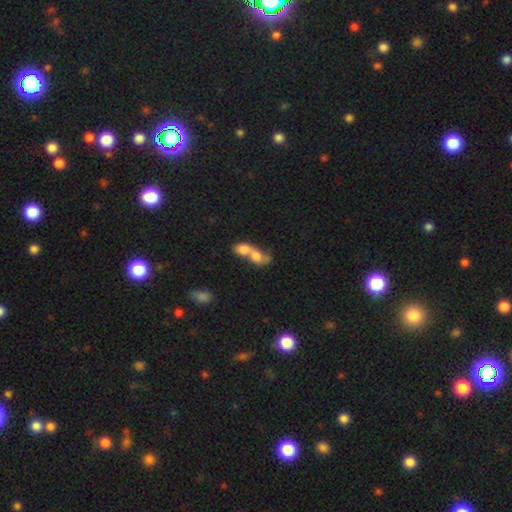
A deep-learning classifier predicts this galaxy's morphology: smooth-or-featured: smooth: 67% | featured or disk: 24% | star or artifact: 10%
  how-rounded: in between: 64% | round: 31% | cigar-shaped: 4%
  merging: merger: 84% | none: 9% | major disturbance: 4% | minor disturbance: 4%